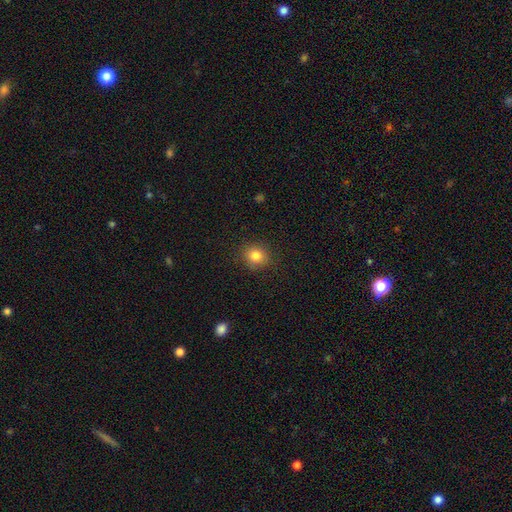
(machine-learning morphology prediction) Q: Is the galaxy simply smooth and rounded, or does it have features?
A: smooth — 83%.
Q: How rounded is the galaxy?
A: round — 86%.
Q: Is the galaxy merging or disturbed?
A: none — 88%.